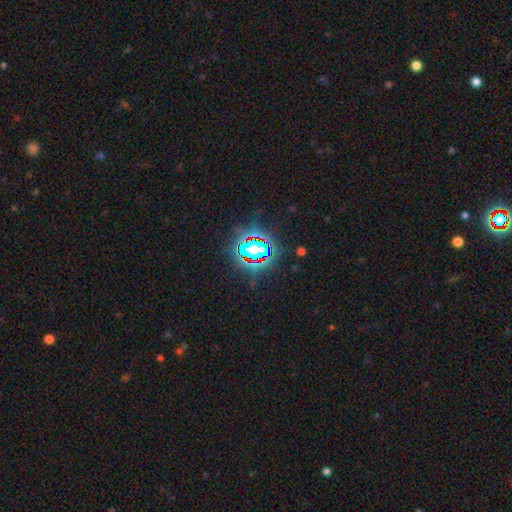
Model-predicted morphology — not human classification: Smooth or featured? star or artifact (80%)